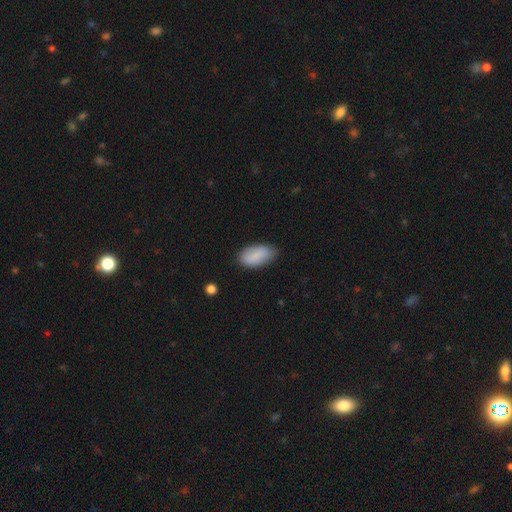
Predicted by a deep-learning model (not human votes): Overall: smooth (85%). How rounded: in between (94%). Merging: none (78%).